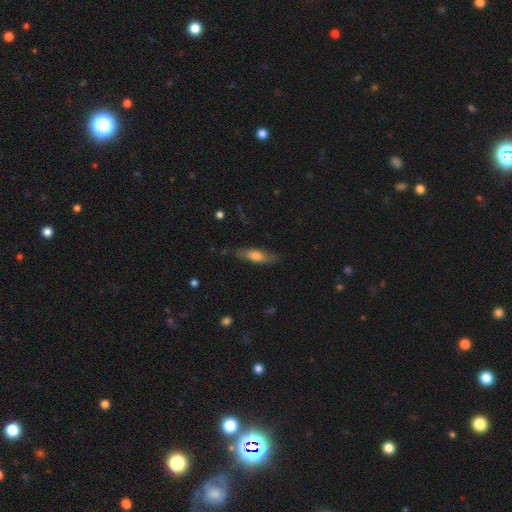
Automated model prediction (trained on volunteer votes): Q: Smooth or featured?
A: smooth (63%); runner-up: featured or disk (31%)
Q: How rounded?
A: cigar-shaped (53%); runner-up: in between (44%)
Q: Merging?
A: none (78%); runner-up: minor disturbance (17%)